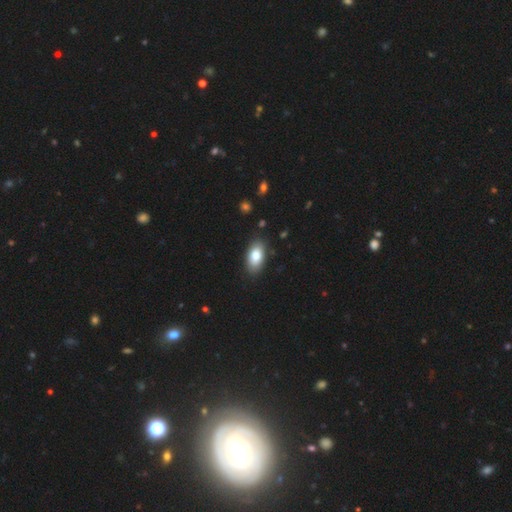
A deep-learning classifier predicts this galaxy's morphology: smooth 79%, featured or disk 14%, star or artifact 7%. Down the decision tree: how rounded — in between (93%); merging — none (85%).